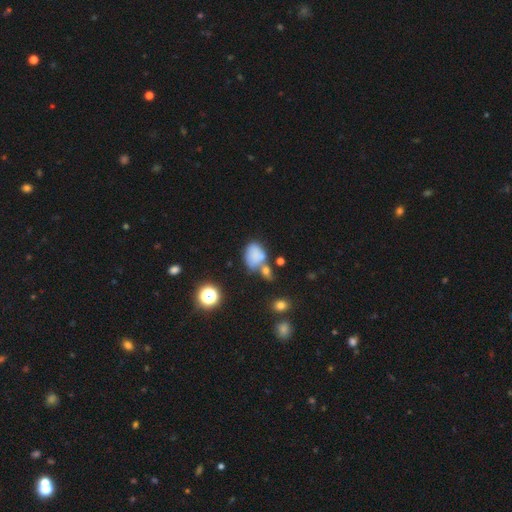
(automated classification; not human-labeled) Smooth or featured: smooth — 71% (featured or disk — 15%)
How rounded: in between — 71% (round — 28%)
Merging: none — 34% (merger — 33%)